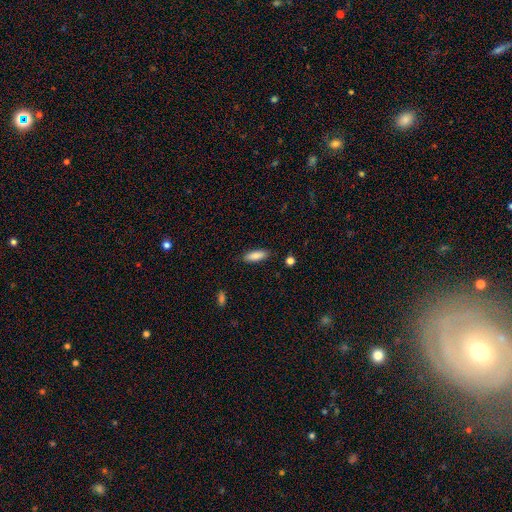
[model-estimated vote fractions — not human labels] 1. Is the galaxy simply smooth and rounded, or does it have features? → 86% smooth, 7% featured or disk, 7% star or artifact.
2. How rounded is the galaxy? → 61% in between, 38% cigar-shaped, 2% round.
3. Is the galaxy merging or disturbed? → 87% none, 10% minor disturbance, 2% major disturbance, 1% merger.